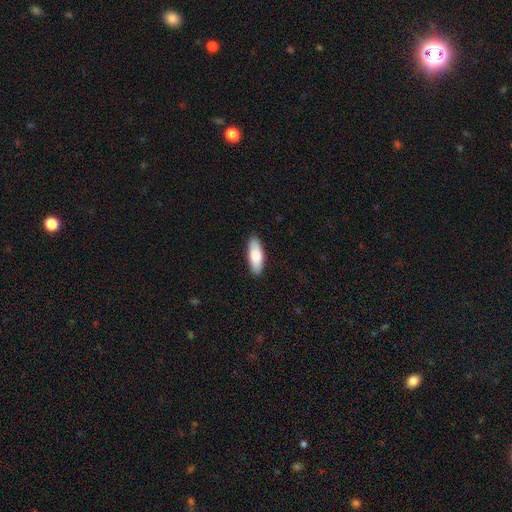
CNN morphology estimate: Smooth or featured?
  - smooth: 80% *
  - featured or disk: 15%
  - star or artifact: 5%
How rounded?
  - in between: 73% *
  - cigar-shaped: 25%
  - round: 2%
Merging?
  - none: 90% *
  - minor disturbance: 8%
  - major disturbance: 2%
  - merger: 1%